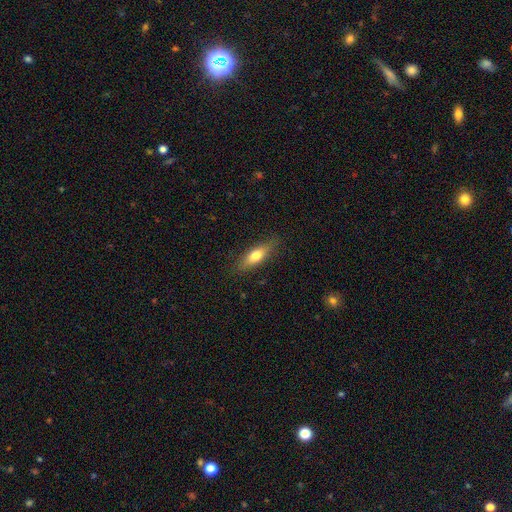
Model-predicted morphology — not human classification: Q: Smooth or featured?
A: smooth (68%); runner-up: featured or disk (25%)
Q: How rounded?
A: in between (52%); runner-up: cigar-shaped (46%)
Q: Merging?
A: none (83%); runner-up: minor disturbance (13%)